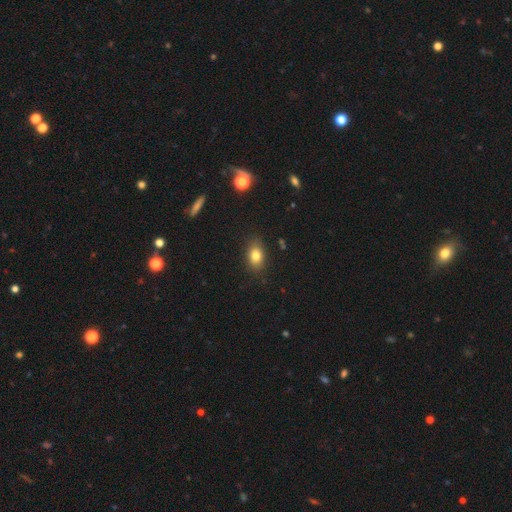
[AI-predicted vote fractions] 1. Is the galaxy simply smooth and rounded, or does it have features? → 79% smooth, 11% star or artifact, 10% featured or disk.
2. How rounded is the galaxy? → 78% in between, 20% round, 2% cigar-shaped.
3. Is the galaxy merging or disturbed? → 84% none, 12% minor disturbance, 3% major disturbance, 1% merger.